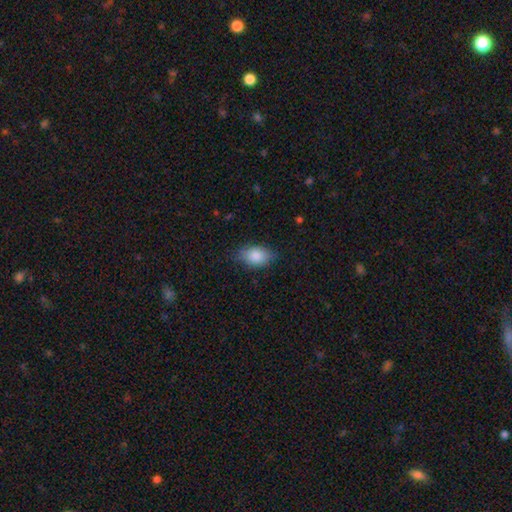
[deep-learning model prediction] Morphology: type=smooth (85%); roundness=in between (87%); merging=none (77%).